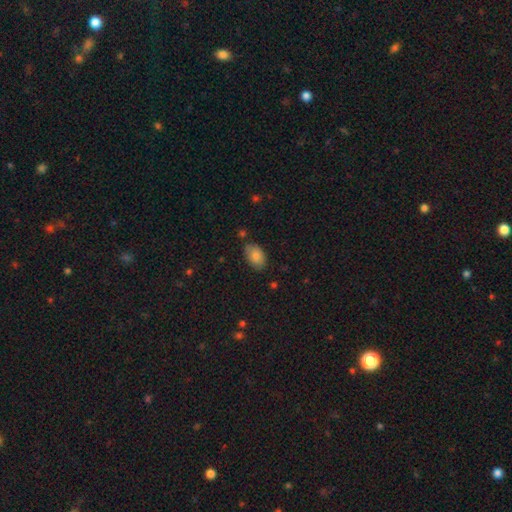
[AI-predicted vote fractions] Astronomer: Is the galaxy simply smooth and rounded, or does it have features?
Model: smooth — 83%.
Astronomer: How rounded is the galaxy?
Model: in between — 91%.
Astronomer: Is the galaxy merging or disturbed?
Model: none — 79%.